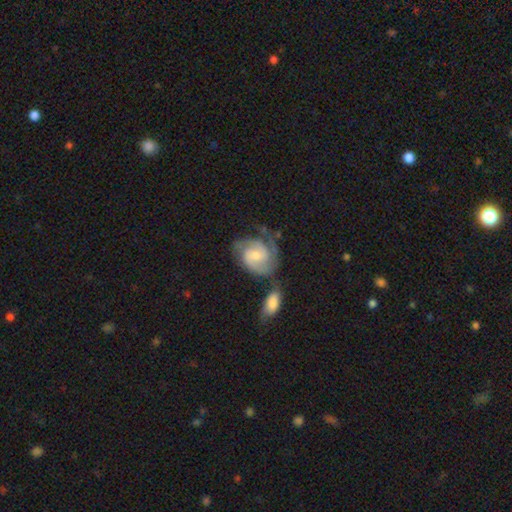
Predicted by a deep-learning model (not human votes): smooth_or_featured: featured or disk (p=0.76) [alt: smooth p=0.19]
disk_edge_on: no (p=0.97) [alt: yes p=0.03]
bar: no (p=0.53) [alt: weak p=0.40]
has_spiral_arms: yes (p=0.94) [alt: no p=0.06]
spiral_winding: tight (p=0.49) [alt: medium p=0.39]
spiral_arm_count: 2 (p=0.55) [alt: can't tell p=0.19]
bulge_size: moderate (p=0.45) [alt: small p=0.44]
merging: none (p=0.45) [alt: minor disturbance p=0.22]